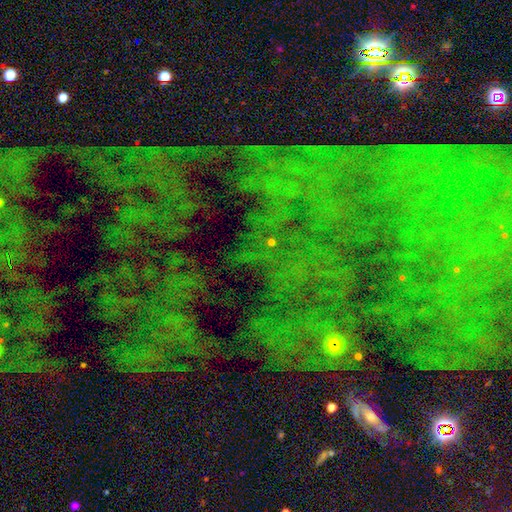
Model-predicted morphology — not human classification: Smooth or featured? Predicted: star or artifact (p=0.79).